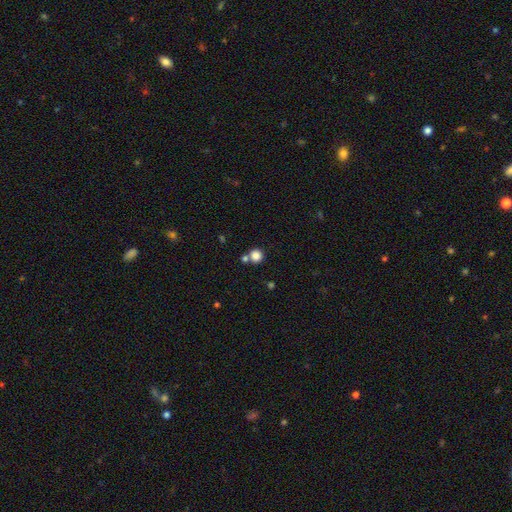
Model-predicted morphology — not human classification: The model was most divided on "merging": none: 66%, merger: 22%, minor disturbance: 8%, major disturbance: 3%. More confident: how rounded — round (91%); smooth or featured — smooth (84%).